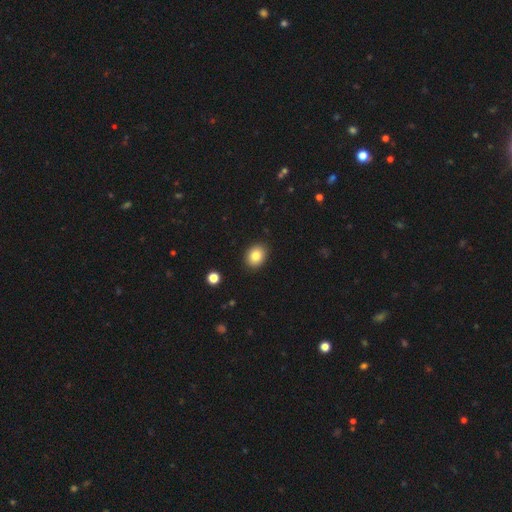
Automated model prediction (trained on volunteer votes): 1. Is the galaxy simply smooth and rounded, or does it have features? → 84% smooth, 10% star or artifact, 7% featured or disk.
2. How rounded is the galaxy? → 52% in between, 47% round, 1% cigar-shaped.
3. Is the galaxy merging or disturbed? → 89% none, 8% minor disturbance, 2% major disturbance, 1% merger.